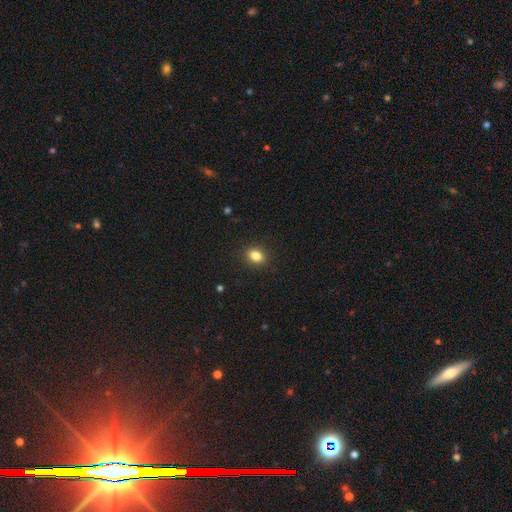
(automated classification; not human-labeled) Smooth or featured? smooth (84%)
How rounded? in between (62%)
Merging? none (89%)